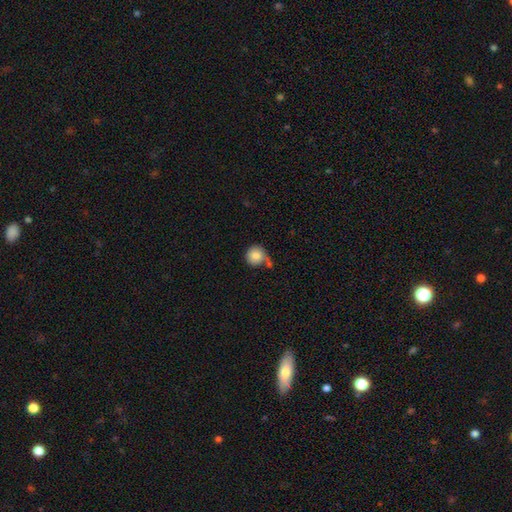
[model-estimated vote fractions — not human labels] A smooth galaxy with no disk features (82%) that is round (92%). Merging: none (55%).